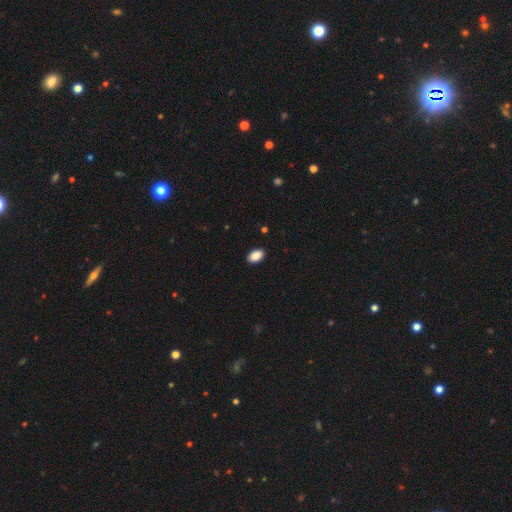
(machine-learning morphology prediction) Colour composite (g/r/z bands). It shows a smooth galaxy with no disk features (90%) that is in between round and cigar-shaped (91%). Merging: none (90%).